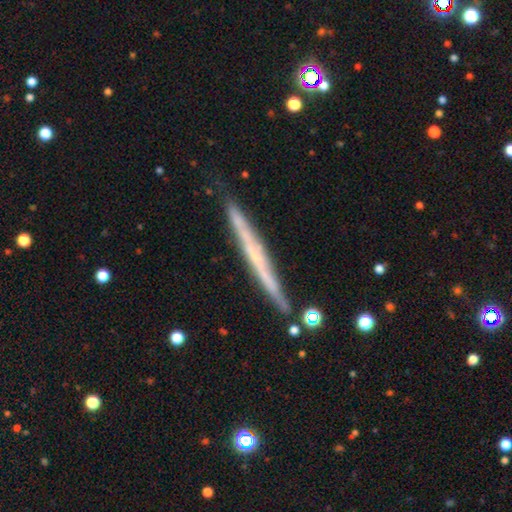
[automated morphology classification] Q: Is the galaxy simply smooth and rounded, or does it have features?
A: featured or disk — 64%.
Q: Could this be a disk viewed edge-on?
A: yes — 96%.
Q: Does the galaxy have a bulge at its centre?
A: none — 77%.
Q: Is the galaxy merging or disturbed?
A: none — 85%.